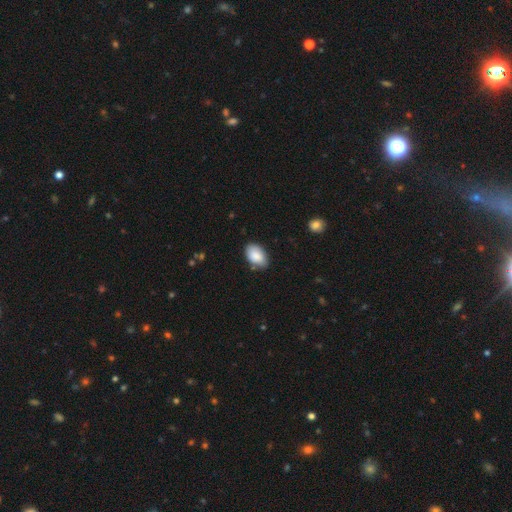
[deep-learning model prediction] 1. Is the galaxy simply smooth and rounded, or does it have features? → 87% smooth, 7% featured or disk, 6% star or artifact.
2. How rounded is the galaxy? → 91% in between, 8% round, 1% cigar-shaped.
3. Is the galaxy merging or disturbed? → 76% none, 19% minor disturbance, 3% major disturbance, 2% merger.